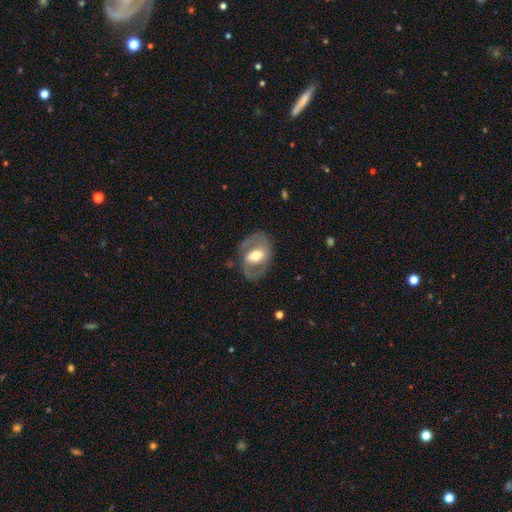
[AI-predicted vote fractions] Smooth or featured?
  - featured or disk: 72% *
  - smooth: 21%
  - star or artifact: 6%
Edge-on disk?
  - no: 95% *
  - yes: 5%
Bar?
  - weak: 39% *
  - no: 31%
  - strong: 30%
Spiral arms?
  - yes: 78% *
  - no: 22%
Spiral winding?
  - medium: 51% *
  - tight: 25%
  - loose: 24%
Spiral arm count?
  - 2: 85% *
  - can't tell: 8%
  - 1: 4%
  - 3: 1%
  - 4: 1%
  - more than 4: 1%
Bulge size?
  - moderate: 65% *
  - small: 17%
  - large: 15%
  - dominant: 1%
  - none: 1%
Merging?
  - none: 73% *
  - minor disturbance: 15%
  - major disturbance: 10%
  - merger: 2%